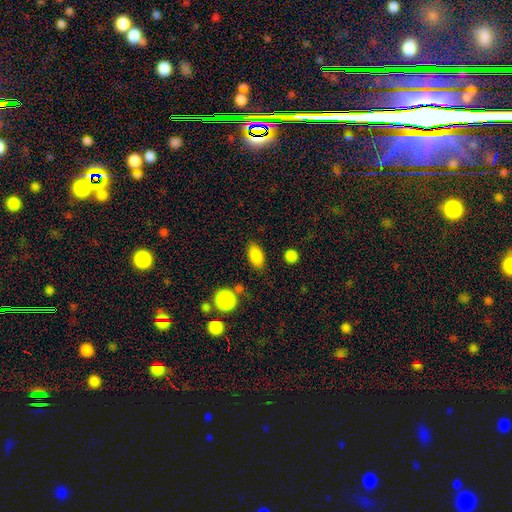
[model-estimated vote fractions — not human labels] Smooth or featured?
  - smooth: 85% *
  - star or artifact: 9%
  - featured or disk: 5%
How rounded?
  - in between: 87% *
  - round: 7%
  - cigar-shaped: 6%
Merging?
  - none: 84% *
  - minor disturbance: 11%
  - major disturbance: 3%
  - merger: 2%